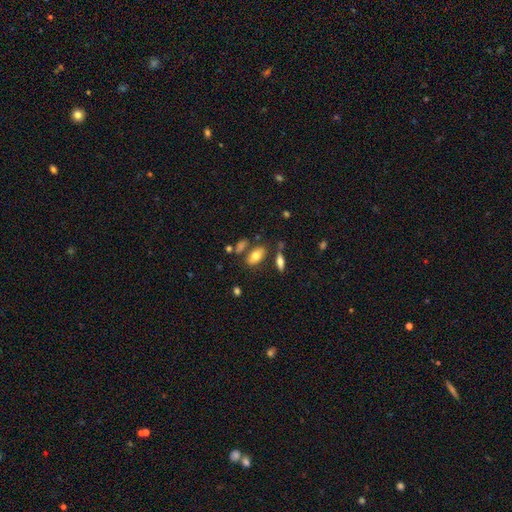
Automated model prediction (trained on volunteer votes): A smooth galaxy with no disk features (74%) that is in between round and cigar-shaped (88%). Merging: none (73%).